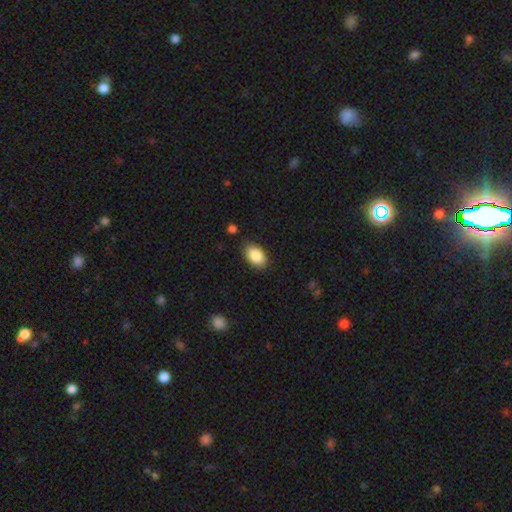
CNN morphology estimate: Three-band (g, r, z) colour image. It shows a smooth galaxy with no disk features (89%) that is in between round and cigar-shaped (93%). Merging: none (86%).